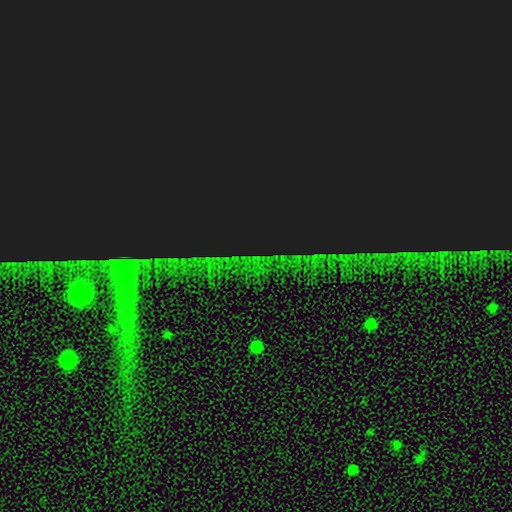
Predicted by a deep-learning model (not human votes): This is clearly a star or artifact rather than a galaxy (85%).